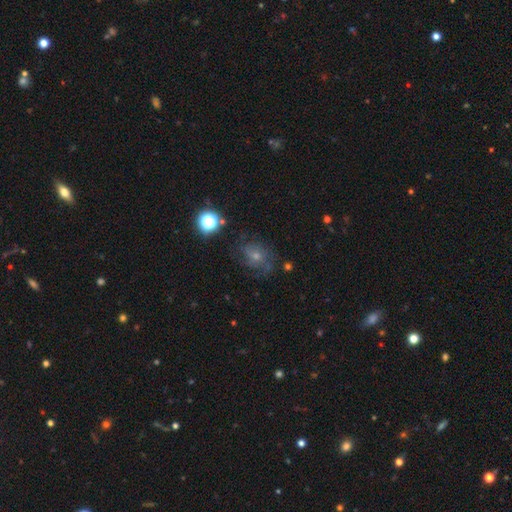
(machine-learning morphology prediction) A featured or disk galaxy (49%).

Vote fractions:
- Smooth or featured? featured or disk: 49% / star or artifact: 27% / smooth: 24%
- Merging? none: 70% / minor disturbance: 17% / major disturbance: 10% / merger: 3%